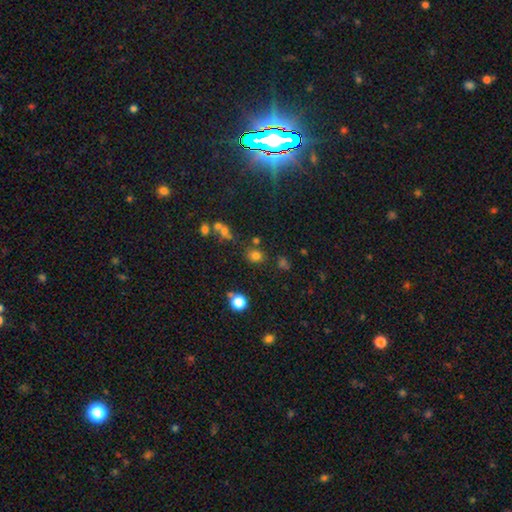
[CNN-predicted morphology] smooth-or-featured: smooth: 73% | star or artifact: 20% | featured or disk: 7%
  how-rounded: round: 68% | in between: 31% | cigar-shaped: 1%
  merging: none: 74% | minor disturbance: 12% | merger: 9% | major disturbance: 5%